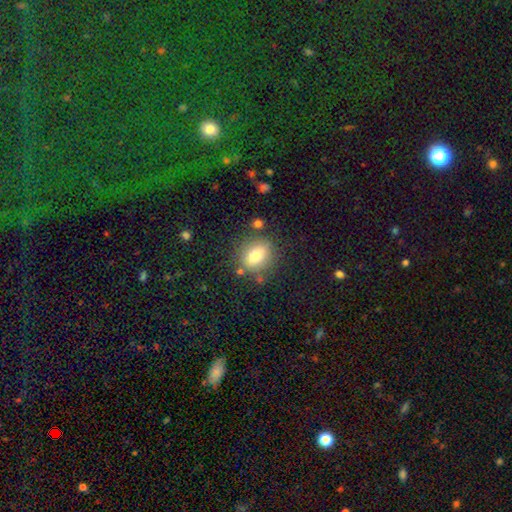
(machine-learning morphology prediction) A smooth galaxy with no disk features (75%) that is round (55%). Merging: none (77%).